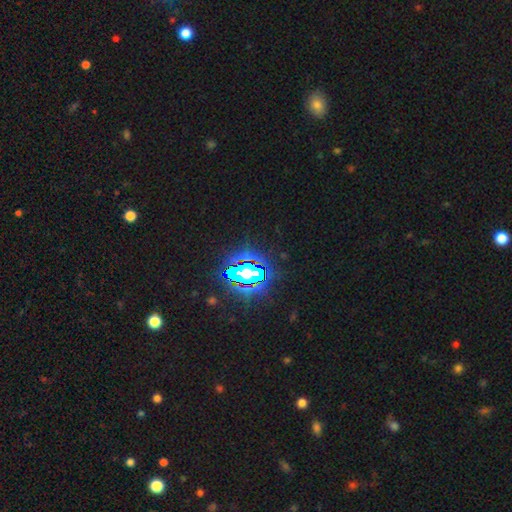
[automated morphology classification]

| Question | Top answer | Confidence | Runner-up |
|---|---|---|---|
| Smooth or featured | star or artifact | 81% | smooth (11%) |